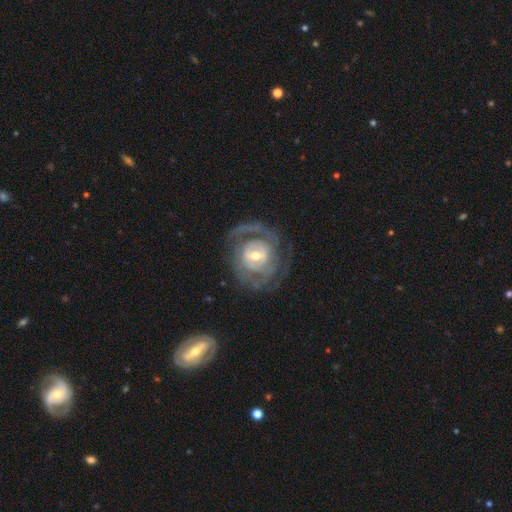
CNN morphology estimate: Smooth or featured? featured or disk (82%)
Edge-on disk? no (97%)
Bar? weak (43%)
Spiral arms? yes (82%)
Spiral winding? tight (60%)
Spiral arm count? can't tell (41%)
Bulge size? moderate (54%)
Merging? none (66%)